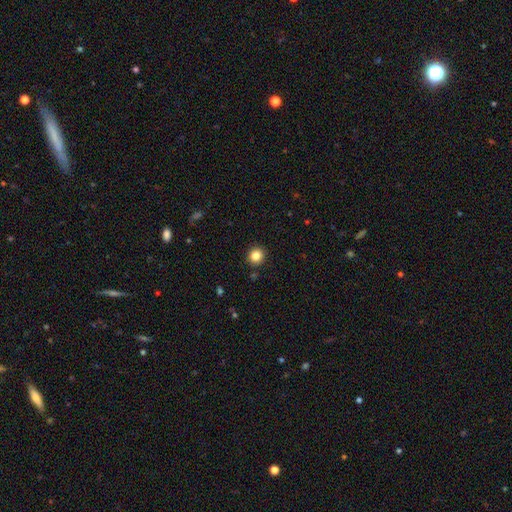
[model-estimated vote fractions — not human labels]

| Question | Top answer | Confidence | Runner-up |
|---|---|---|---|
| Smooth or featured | smooth | 84% | star or artifact (11%) |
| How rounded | round | 89% | in between (10%) |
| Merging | none | 91% | minor disturbance (6%) |